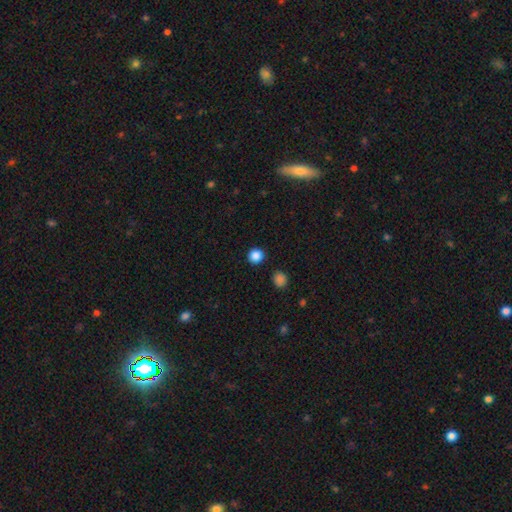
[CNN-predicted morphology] Smooth or featured? smooth (87%)
How rounded? round (93%)
Merging? none (91%)